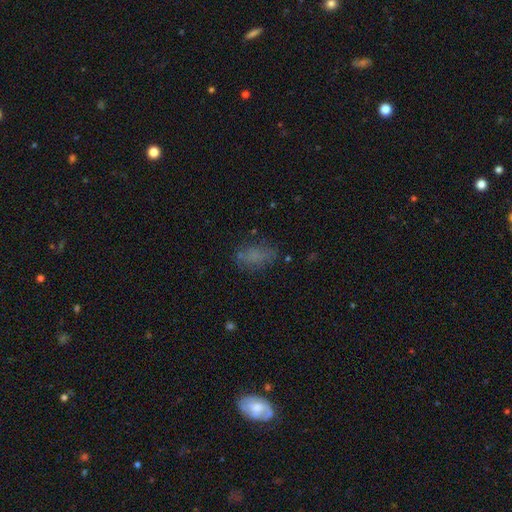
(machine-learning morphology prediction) Smooth or featured?
  - smooth: 69% *
  - featured or disk: 16%
  - star or artifact: 15%
How rounded?
  - in between: 84% *
  - round: 11%
  - cigar-shaped: 5%
Merging?
  - none: 65% *
  - minor disturbance: 20%
  - major disturbance: 12%
  - merger: 3%